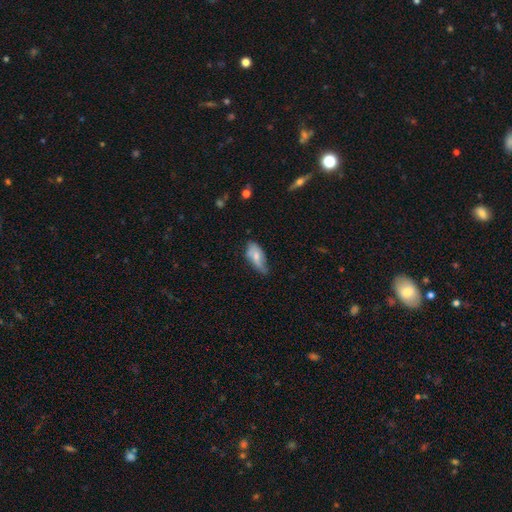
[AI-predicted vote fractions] A smooth galaxy with no disk features (61%) that is in between round and cigar-shaped (86%). Merging: minor disturbance (43%).